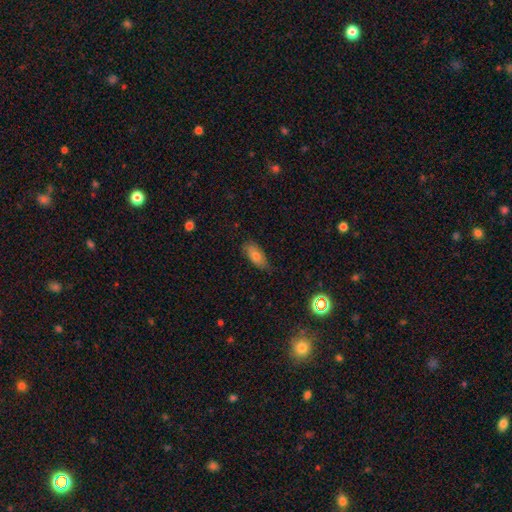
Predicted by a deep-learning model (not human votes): Smooth or featured? Predicted: smooth (p=0.74). How rounded? Predicted: in between (p=0.84). Merging? Predicted: none (p=0.75).